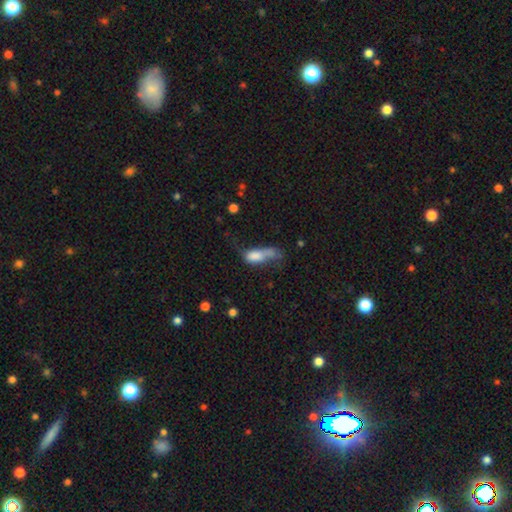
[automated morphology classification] This is likely a smooth galaxy (68%). How rounded: likely in between (69%). Merging: marginally major disturbance (40%).